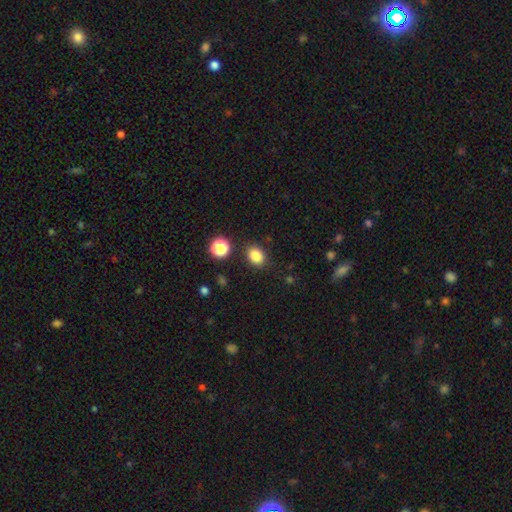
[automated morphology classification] A smooth galaxy with no disk features (84%) that is in between round and cigar-shaped (55%).

Vote fractions:
- Smooth or featured? smooth: 84% / star or artifact: 11% / featured or disk: 5%
- How rounded? in between: 55% / round: 44% / cigar-shaped: 1%
- Merging? none: 83% / minor disturbance: 10% / merger: 3% / major disturbance: 3%